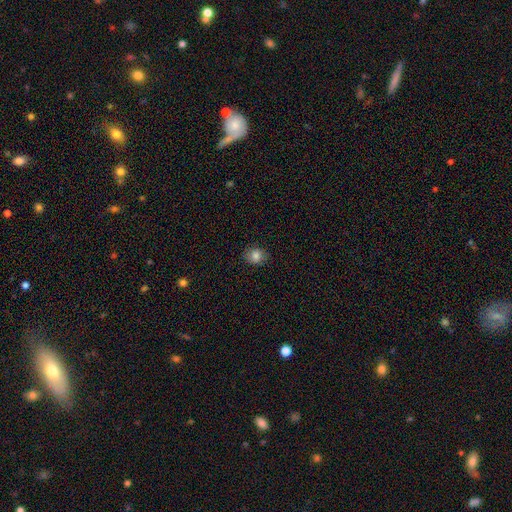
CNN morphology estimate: This appears to be a smooth galaxy with no disk features (82%) that is round (60%). Merging: none (85%).